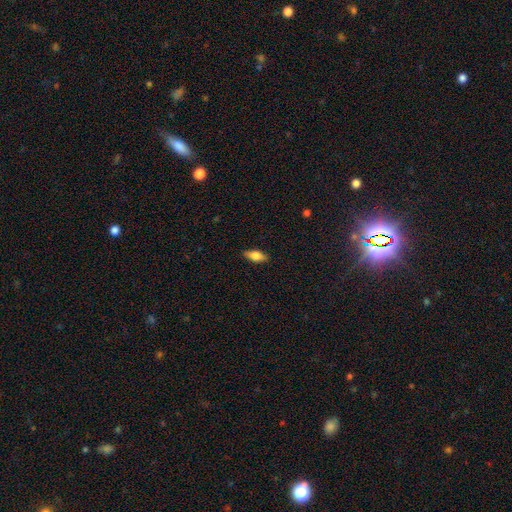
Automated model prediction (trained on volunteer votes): This appears to be a smooth galaxy with no disk features (72%) that is in between round and cigar-shaped (78%). Merging: none (87%).